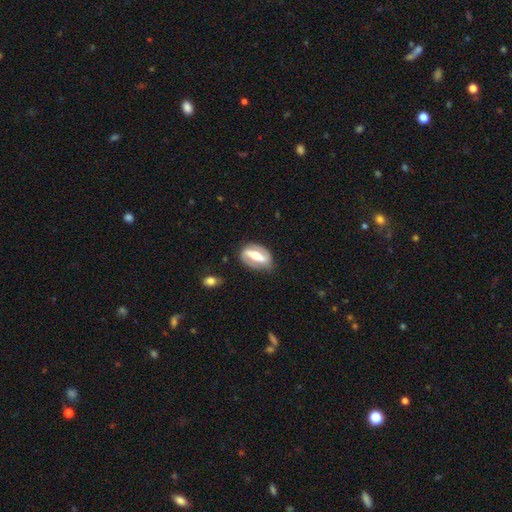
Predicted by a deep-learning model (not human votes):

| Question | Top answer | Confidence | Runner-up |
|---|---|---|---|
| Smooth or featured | featured or disk | 68% | smooth (26%) |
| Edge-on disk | no | 89% | yes (11%) |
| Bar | strong | 71% | weak (19%) |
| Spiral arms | yes | 67% | no (33%) |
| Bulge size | moderate | 53% | small (21%) |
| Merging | none | 75% | minor disturbance (17%) |